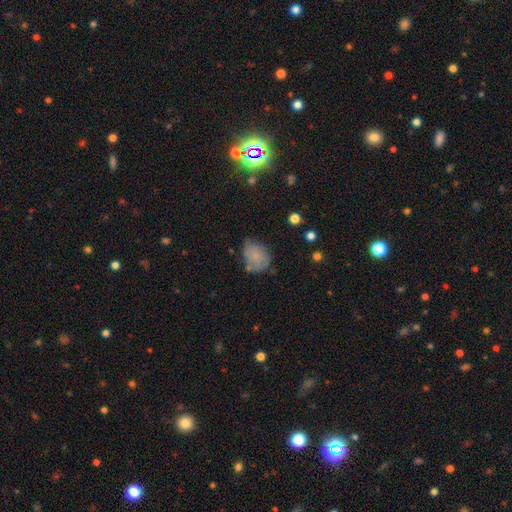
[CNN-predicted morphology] This appears to be a smooth galaxy with no disk features (76%) that is in between round and cigar-shaped (67%). Merging: none (53%).